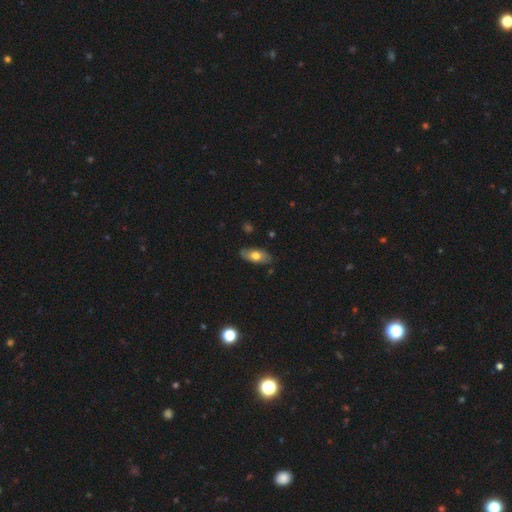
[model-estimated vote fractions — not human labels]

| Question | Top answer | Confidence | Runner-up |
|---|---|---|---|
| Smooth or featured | smooth | 68% | featured or disk (26%) |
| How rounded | in between | 87% | cigar-shaped (9%) |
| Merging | none | 82% | minor disturbance (14%) |